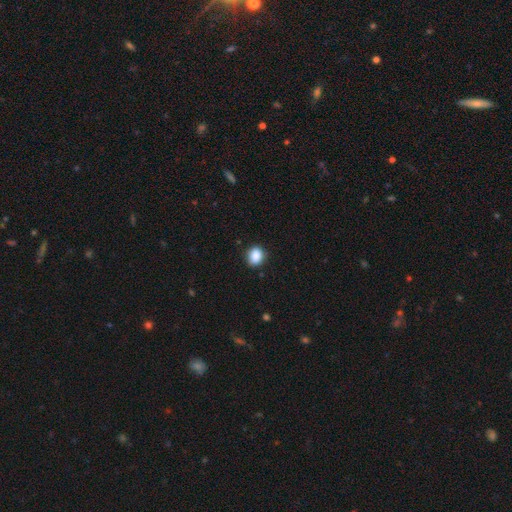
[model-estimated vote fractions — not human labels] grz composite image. It shows a smooth galaxy with no disk features (88%) that is round (55%). Merging: none (85%).